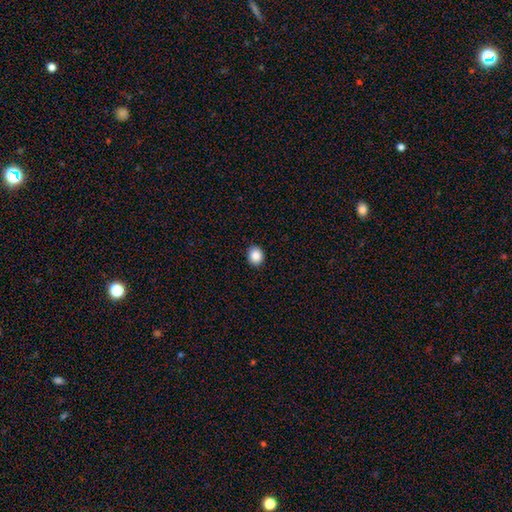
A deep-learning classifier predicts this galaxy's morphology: A smooth galaxy with no disk features (87%) that is round (69%).

Vote fractions:
- Smooth or featured? smooth: 87% / star or artifact: 9% / featured or disk: 4%
- How rounded? round: 69% / in between: 30% / cigar-shaped: 1%
- Merging? none: 91% / minor disturbance: 6% / major disturbance: 2% / merger: 1%